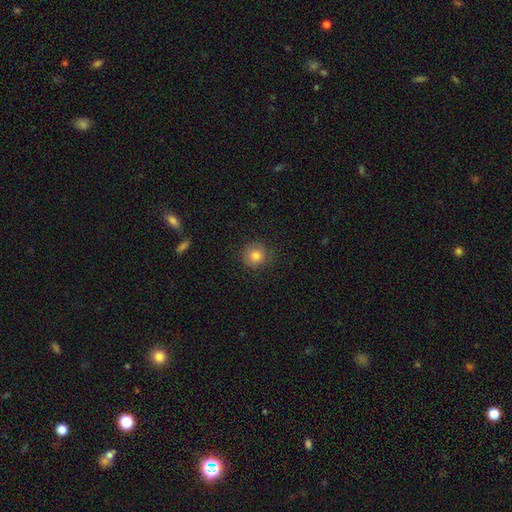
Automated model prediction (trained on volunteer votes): smooth 82%, star or artifact 10%, featured or disk 8%. Down the decision tree: how rounded — round (92%); merging — none (83%).